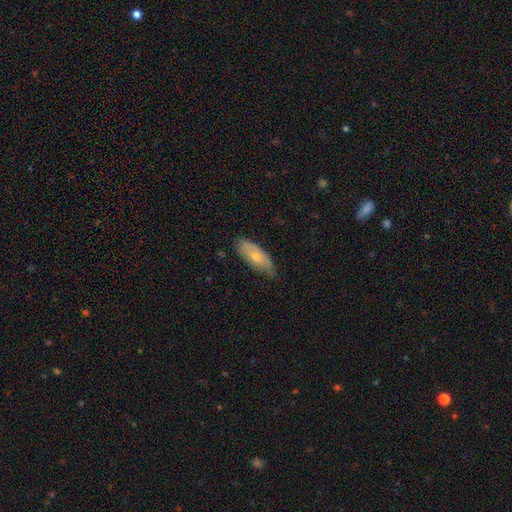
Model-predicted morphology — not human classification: smooth 63%, featured or disk 31%, star or artifact 6%. Down the decision tree: how rounded — in between (77%); merging — none (70%).